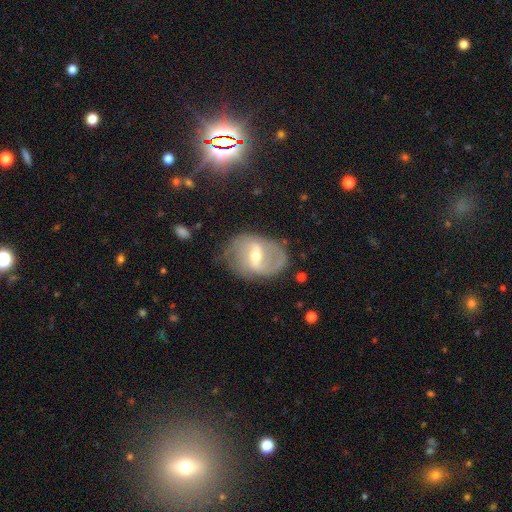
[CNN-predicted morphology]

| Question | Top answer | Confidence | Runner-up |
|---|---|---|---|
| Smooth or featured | featured or disk | 80% | smooth (13%) |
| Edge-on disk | no | 96% | yes (4%) |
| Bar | weak | 49% | strong (40%) |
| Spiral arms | yes | 86% | no (14%) |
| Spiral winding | medium | 43% | loose (35%) |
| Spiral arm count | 2 | 73% | can't tell (13%) |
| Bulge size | moderate | 61% | small (32%) |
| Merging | none | 67% | minor disturbance (21%) |